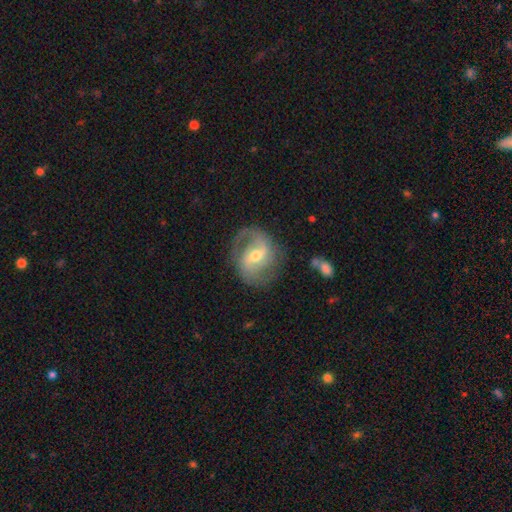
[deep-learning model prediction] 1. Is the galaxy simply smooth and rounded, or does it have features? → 83% featured or disk, 12% smooth, 5% star or artifact.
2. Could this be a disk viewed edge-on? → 97% no, 3% yes.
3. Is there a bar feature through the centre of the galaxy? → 51% weak, 28% strong, 21% no.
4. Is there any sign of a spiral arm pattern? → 92% yes, 8% no.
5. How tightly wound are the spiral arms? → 50% medium, 28% loose, 22% tight.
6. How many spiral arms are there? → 82% 2, 7% 1, 6% can't tell, 2% 3, 1% 4, 1% more than 4.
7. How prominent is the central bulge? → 67% moderate, 27% small, 4% large, 1% none, 1% dominant.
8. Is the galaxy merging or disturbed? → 71% none, 17% minor disturbance, 10% major disturbance, 2% merger.